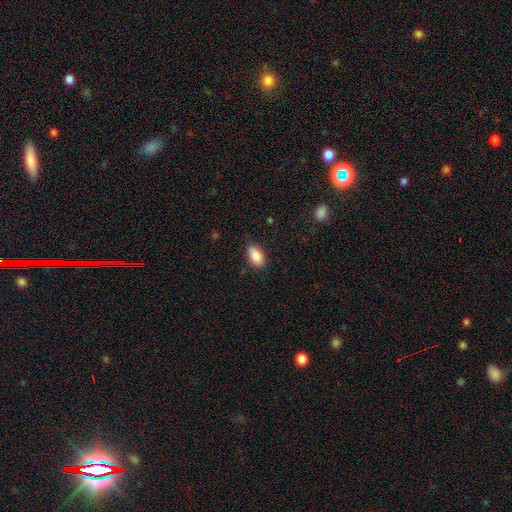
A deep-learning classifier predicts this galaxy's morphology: A smooth galaxy with no disk features (87%) that is in between round and cigar-shaped (93%). Merging: none (83%).